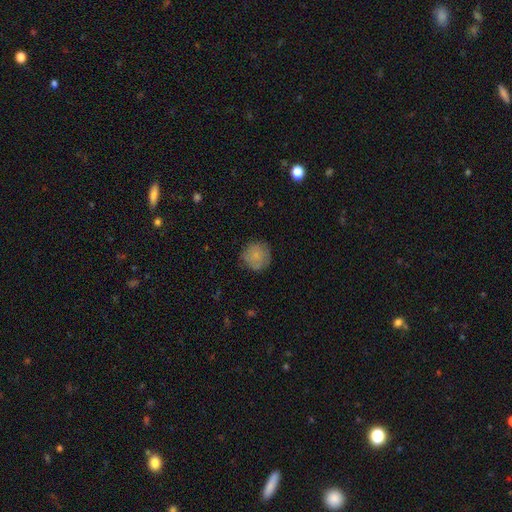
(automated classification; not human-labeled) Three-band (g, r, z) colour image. It shows a smooth galaxy with no disk features (77%) that is round (92%). Merging: none (80%).